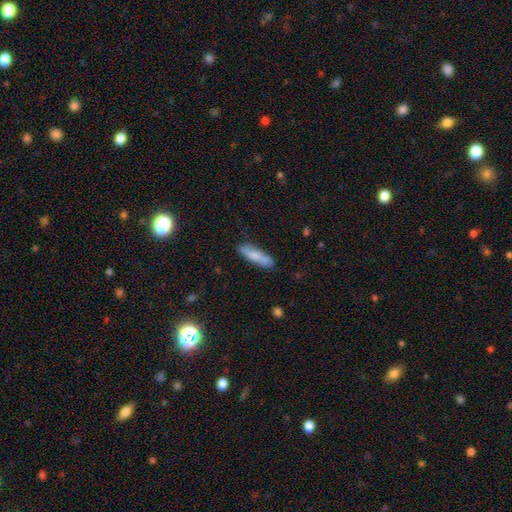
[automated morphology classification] Smooth or featured?
  - smooth: 75% *
  - featured or disk: 19%
  - star or artifact: 6%
How rounded?
  - cigar-shaped: 72% *
  - in between: 26%
  - round: 2%
Merging?
  - none: 83% *
  - minor disturbance: 12%
  - major disturbance: 2%
  - merger: 2%